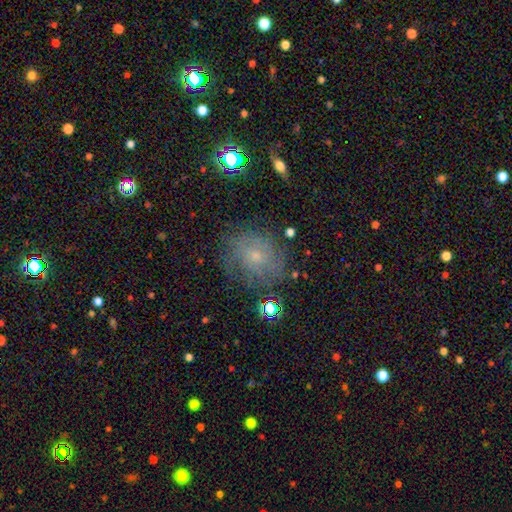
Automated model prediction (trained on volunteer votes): Smooth or featured: featured or disk — 51% (smooth — 30%)
Edge-on disk: no — 96% (yes — 4%)
Merging: none — 73% (minor disturbance — 17%)